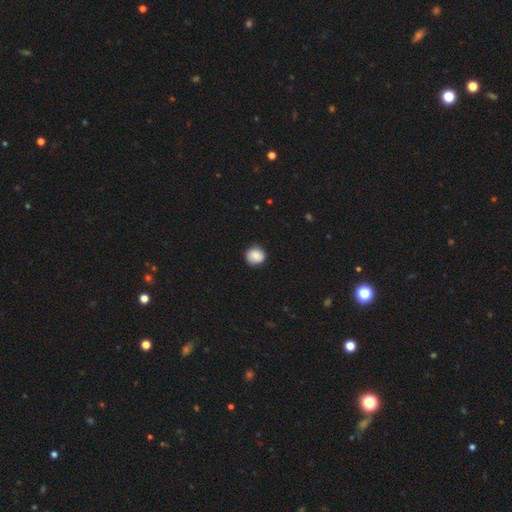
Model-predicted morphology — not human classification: smooth_or_featured: smooth (p=0.87) [alt: star or artifact p=0.08]
how_rounded: round (p=0.90) [alt: in between p=0.09]
merging: none (p=0.88) [alt: minor disturbance p=0.09]